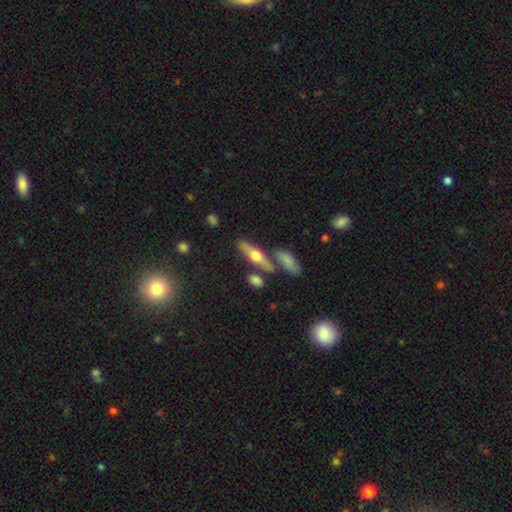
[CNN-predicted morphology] A featured or disk galaxy (53%) viewed edge-on (90%).

Vote fractions:
- Smooth or featured? featured or disk: 53% / smooth: 40% / star or artifact: 7%
- Edge-on disk? yes: 90% / no: 10%
- Merging? none: 70% / merger: 14% / minor disturbance: 12% / major disturbance: 4%